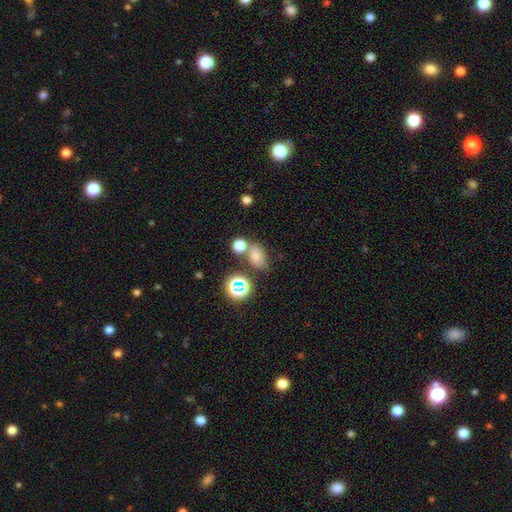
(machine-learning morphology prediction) Smooth or featured? Predicted: smooth (p=0.70). How rounded? Predicted: in between (p=0.69). Merging? Predicted: none (p=0.57).